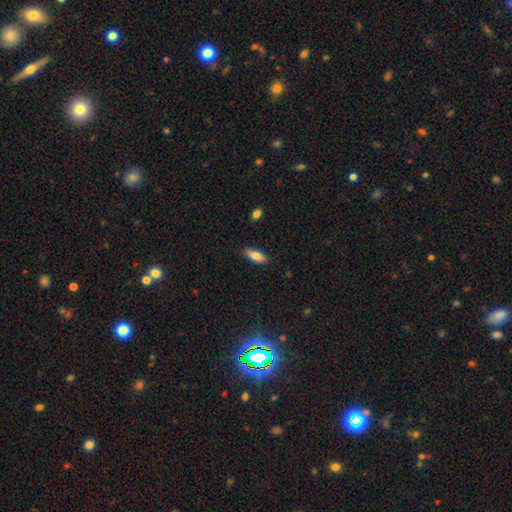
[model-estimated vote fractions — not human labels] smooth-or-featured: smooth: 82% | featured or disk: 12% | star or artifact: 7%
  how-rounded: in between: 74% | cigar-shaped: 24% | round: 2%
  merging: none: 86% | minor disturbance: 11% | major disturbance: 2% | merger: 1%